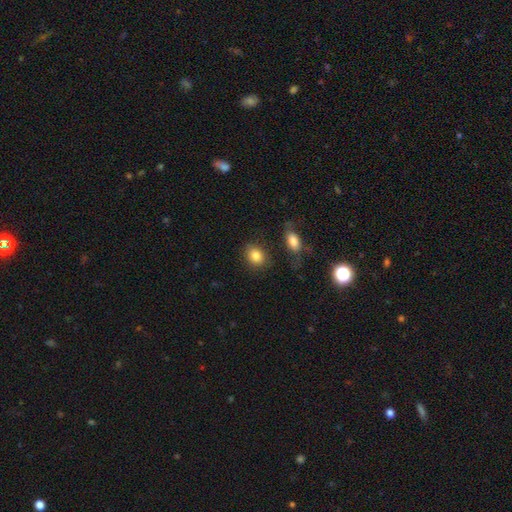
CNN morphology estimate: A smooth galaxy with no disk features (85%) that is in between round and cigar-shaped (51%). Merging: none (79%).